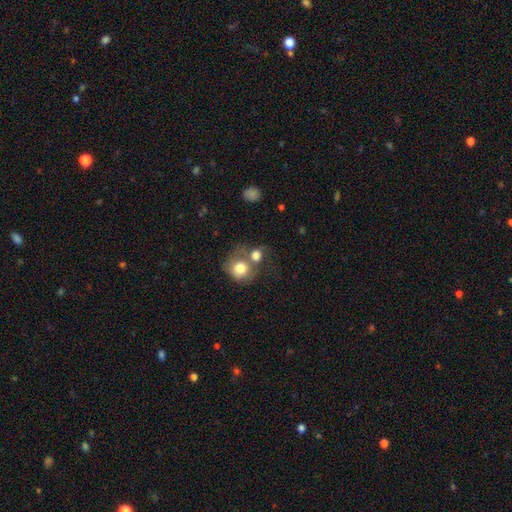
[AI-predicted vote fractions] smooth 74%, featured or disk 16%, star or artifact 9%. Down the decision tree: how rounded — round (73%); merging — merger (58%).